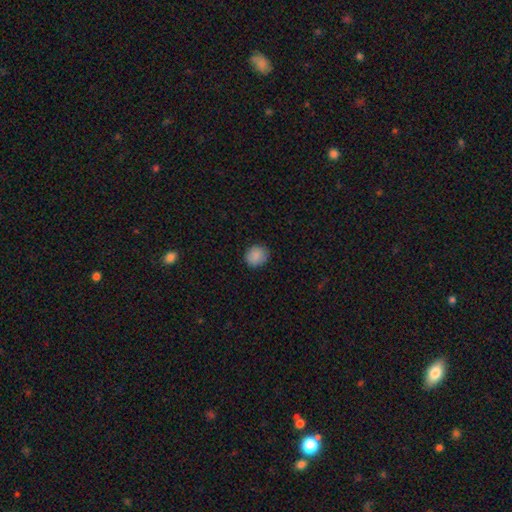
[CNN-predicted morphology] smooth 88%, star or artifact 8%, featured or disk 3%. Down the decision tree: how rounded — round (80%); merging — none (86%).